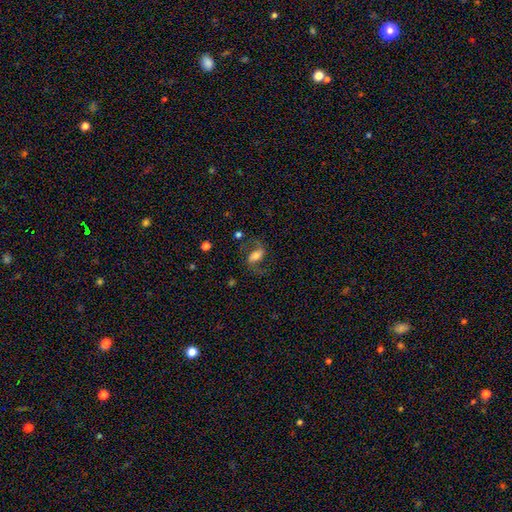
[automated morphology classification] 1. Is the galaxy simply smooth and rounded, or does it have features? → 60% featured or disk, 31% smooth, 10% star or artifact.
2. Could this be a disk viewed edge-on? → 94% no, 6% yes.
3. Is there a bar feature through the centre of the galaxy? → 37% strong, 35% weak, 27% no.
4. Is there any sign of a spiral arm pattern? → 87% yes, 13% no.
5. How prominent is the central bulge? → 49% moderate, 24% large, 19% small, 4% dominant, 4% none.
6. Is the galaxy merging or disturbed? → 67% none, 16% minor disturbance, 14% major disturbance, 2% merger.